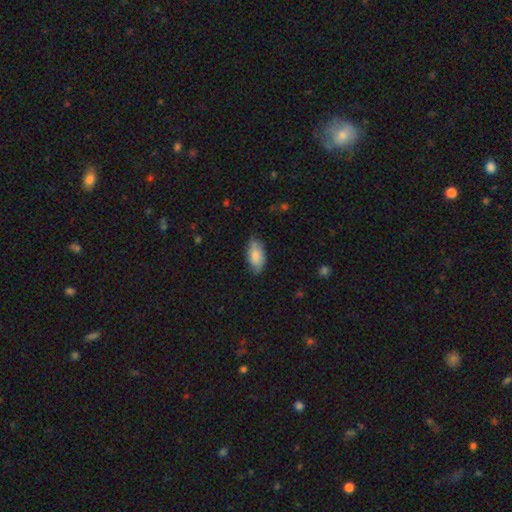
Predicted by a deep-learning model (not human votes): Smooth or featured?
  - smooth: 81% *
  - featured or disk: 13%
  - star or artifact: 6%
How rounded?
  - in between: 91% *
  - cigar-shaped: 7%
  - round: 3%
Merging?
  - none: 76% *
  - minor disturbance: 20%
  - major disturbance: 3%
  - merger: 1%